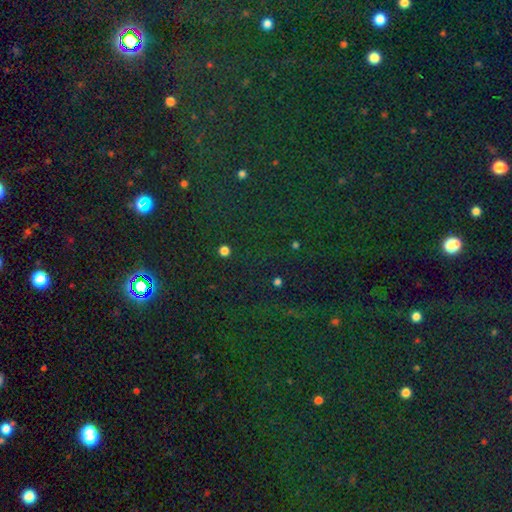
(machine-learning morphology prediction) smooth-or-featured: star or artifact: 80% | smooth: 13% | featured or disk: 7%